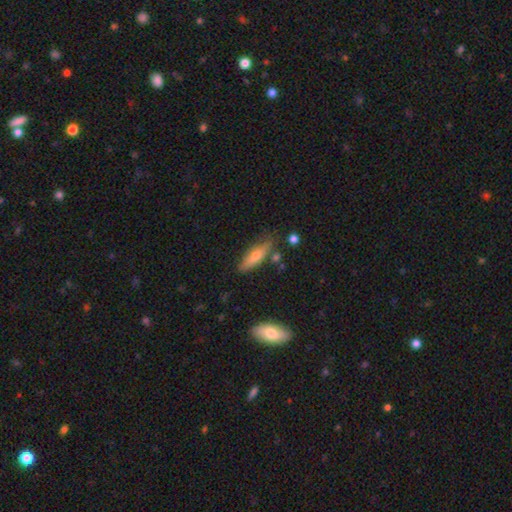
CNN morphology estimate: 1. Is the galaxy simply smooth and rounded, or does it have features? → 63% smooth, 29% featured or disk, 7% star or artifact.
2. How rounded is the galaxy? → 65% cigar-shaped, 33% in between, 2% round.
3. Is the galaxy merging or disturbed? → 74% none, 18% minor disturbance, 4% merger, 4% major disturbance.